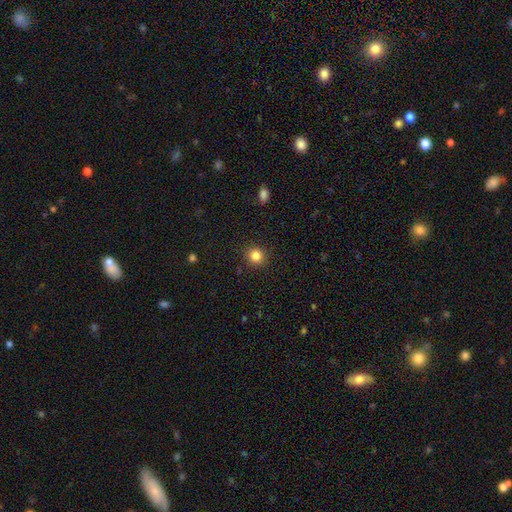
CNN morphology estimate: Smooth or featured?
  - smooth: 84% *
  - star or artifact: 11%
  - featured or disk: 4%
How rounded?
  - round: 89% *
  - in between: 10%
  - cigar-shaped: 1%
Merging?
  - none: 90% *
  - minor disturbance: 6%
  - major disturbance: 2%
  - merger: 1%